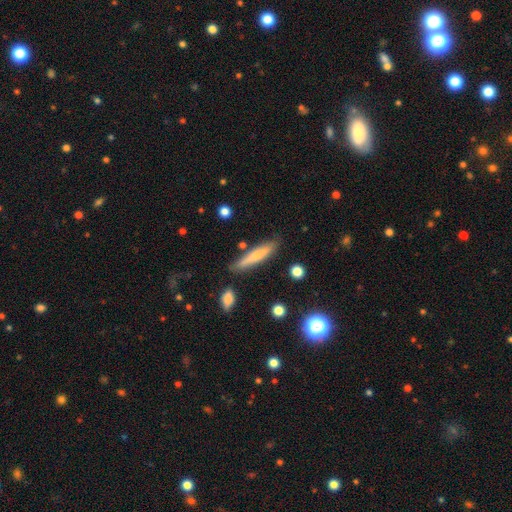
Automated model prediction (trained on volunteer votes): This appears to be a smooth galaxy with no disk features (70%) that is cigar-shaped (89%). Merging: none (79%).